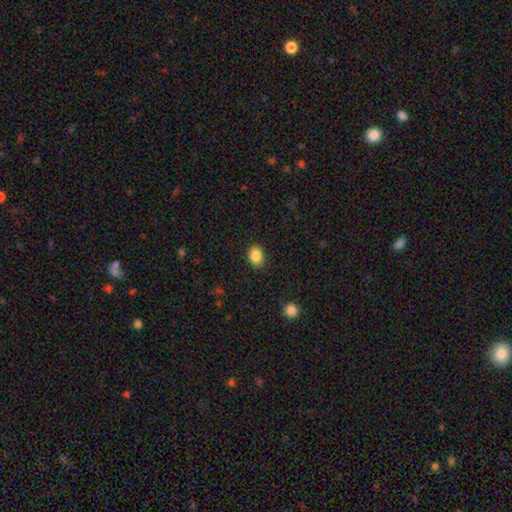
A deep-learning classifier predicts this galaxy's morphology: Q: Smooth or featured?
A: smooth (86%); runner-up: star or artifact (9%)
Q: How rounded?
A: in between (61%); runner-up: round (38%)
Q: Merging?
A: none (89%); runner-up: minor disturbance (8%)